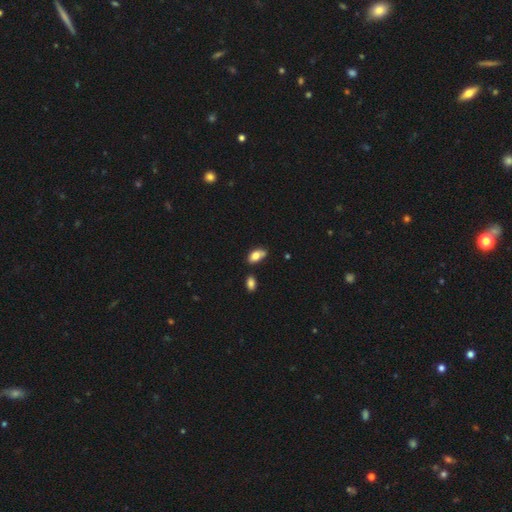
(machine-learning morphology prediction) Q: Smooth or featured?
A: smooth (80%); runner-up: featured or disk (12%)
Q: How rounded?
A: in between (91%); runner-up: round (5%)
Q: Merging?
A: none (57%); runner-up: minor disturbance (25%)